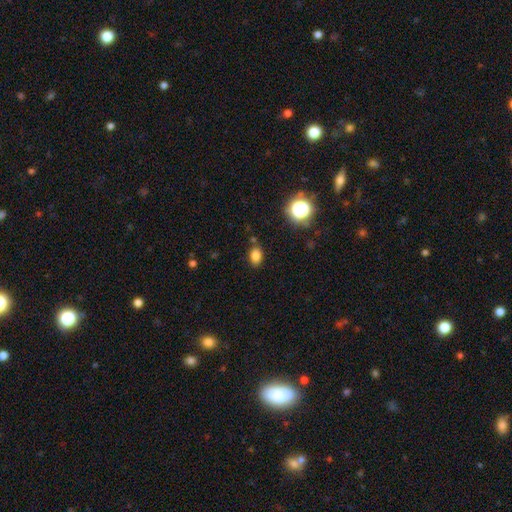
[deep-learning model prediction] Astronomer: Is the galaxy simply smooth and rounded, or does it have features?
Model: smooth — 80%.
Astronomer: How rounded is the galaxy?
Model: in between — 76%.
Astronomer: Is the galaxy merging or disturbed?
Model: none — 80%.